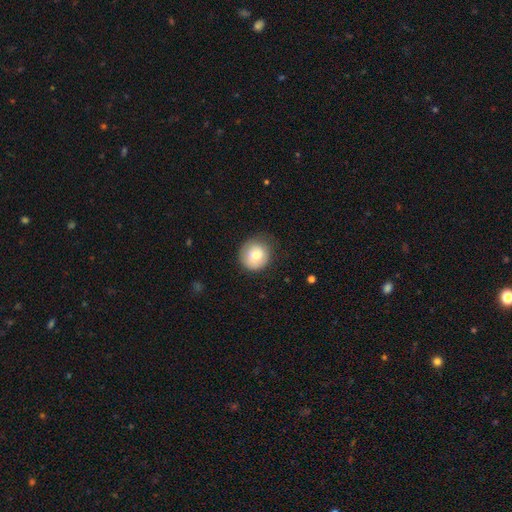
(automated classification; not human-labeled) Smooth or featured: smooth — 74% (featured or disk — 18%)
How rounded: round — 88% (in between — 11%)
Merging: none — 73% (minor disturbance — 20%)